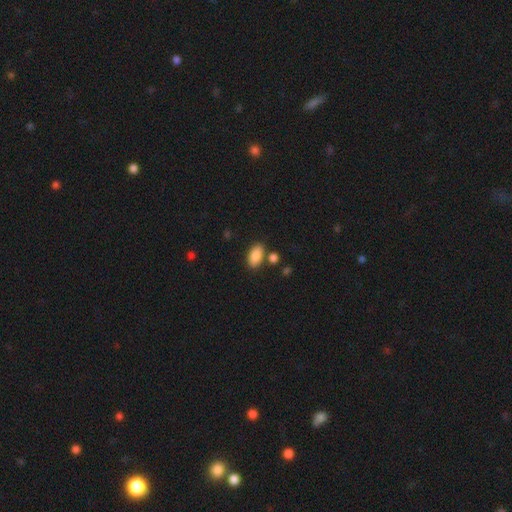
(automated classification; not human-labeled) smooth_or_featured: smooth (p=0.88) [alt: star or artifact p=0.07]
how_rounded: in between (p=0.93) [alt: round p=0.04]
merging: none (p=0.76) [alt: minor disturbance p=0.11]